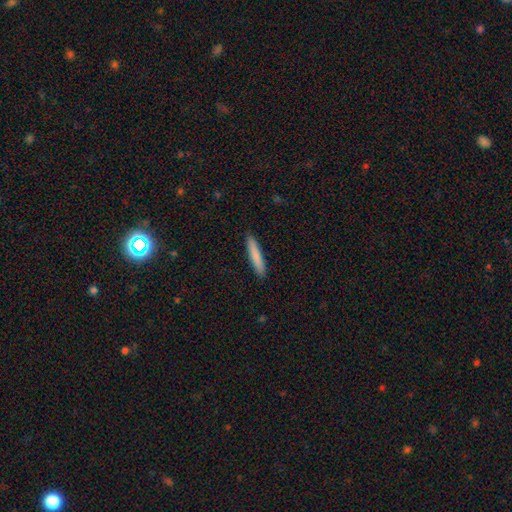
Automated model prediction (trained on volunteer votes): This appears to be a smooth galaxy with no disk features (81%) that is cigar-shaped (94%). Merging: none (91%).